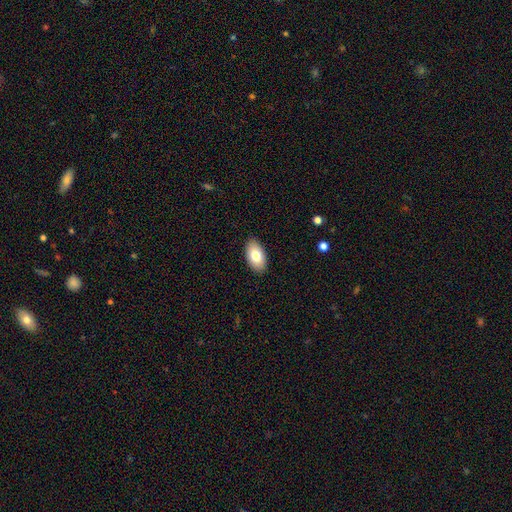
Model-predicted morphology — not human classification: type=smooth (80%); roundness=in between (95%); merging=none (89%).